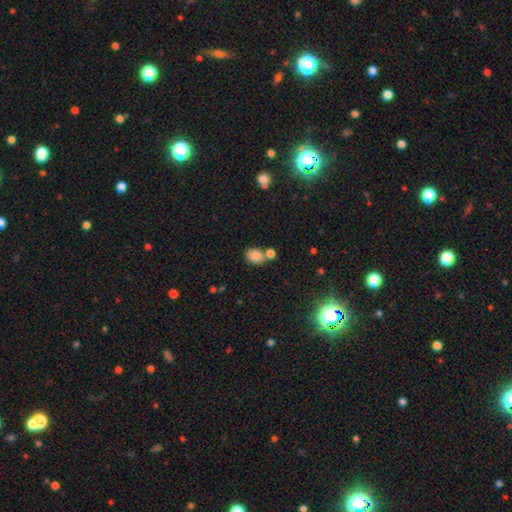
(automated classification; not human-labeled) The model was most divided on "how rounded": in between: 60%, round: 39%, cigar-shaped: 1%. More confident: smooth or featured — smooth (82%); merging — none (56%).